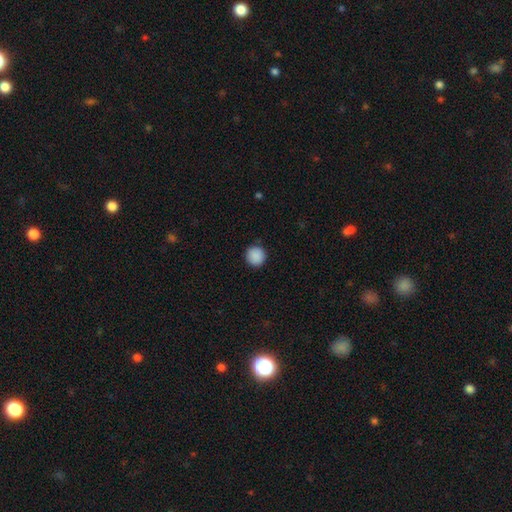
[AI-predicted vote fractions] Morphology: type=smooth (89%); roundness=round (94%); merging=none (90%).